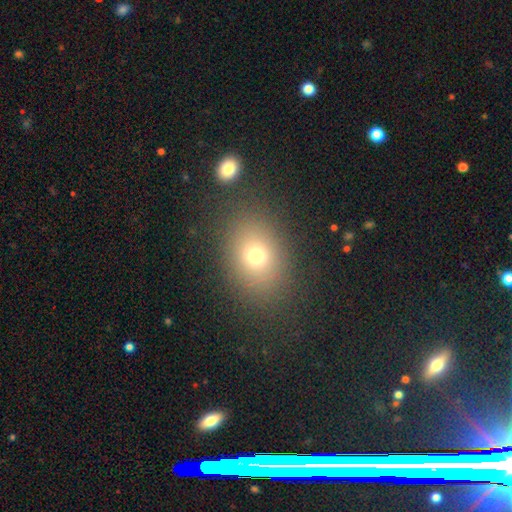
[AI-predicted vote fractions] smooth 72%, star or artifact 16%, featured or disk 12%. Down the decision tree: how rounded — in between (58%); merging — none (82%).